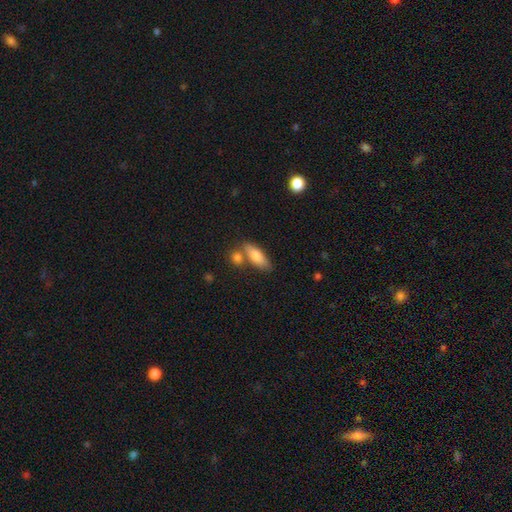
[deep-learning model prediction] Smooth or featured? smooth (79%)
How rounded? in between (65%)
Merging? none (61%)